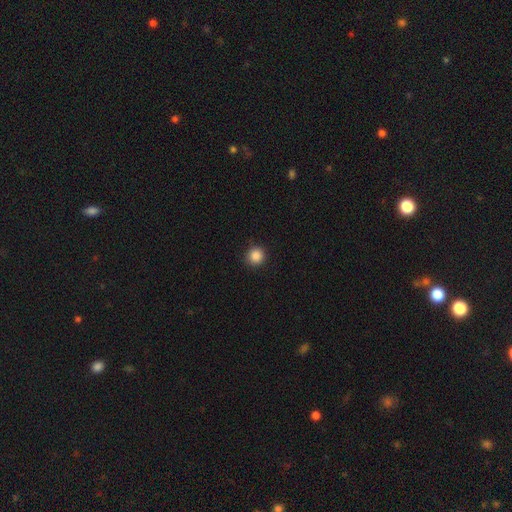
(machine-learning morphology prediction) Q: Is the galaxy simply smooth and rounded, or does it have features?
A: smooth — 87%.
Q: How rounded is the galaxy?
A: round — 94%.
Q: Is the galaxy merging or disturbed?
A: none — 91%.